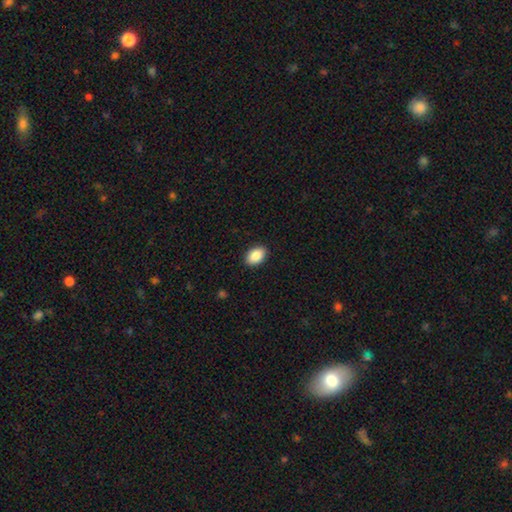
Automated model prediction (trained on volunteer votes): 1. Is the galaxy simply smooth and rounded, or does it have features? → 89% smooth, 7% star or artifact, 4% featured or disk.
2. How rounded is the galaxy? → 89% in between, 10% round, 1% cigar-shaped.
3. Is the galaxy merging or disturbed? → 90% none, 7% minor disturbance, 2% major disturbance, 1% merger.